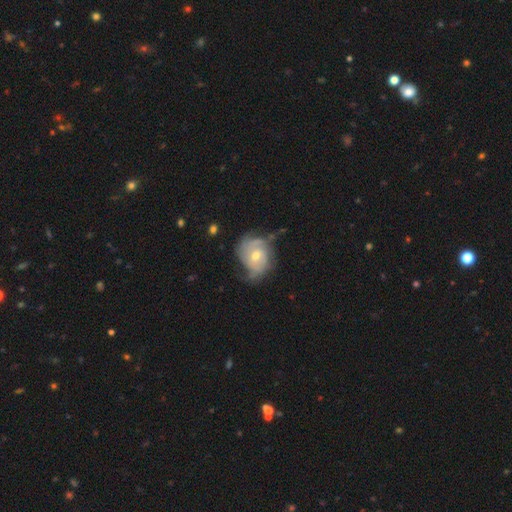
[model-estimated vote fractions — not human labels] A featured or disk galaxy (69%) with no bar (72%), 2 (41%) tight (44%) spiral arms (80%) and a moderate central bulge (54%). Merging: none (48%).